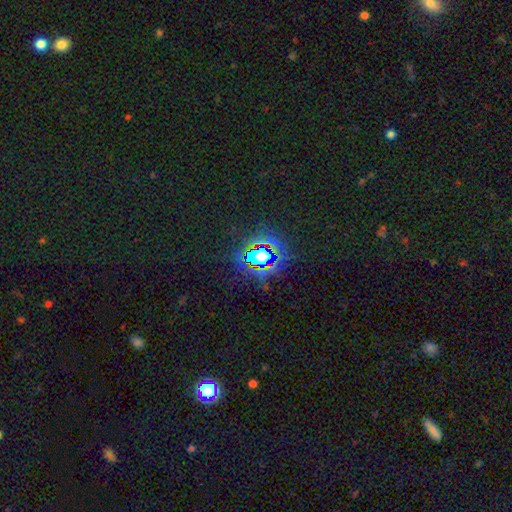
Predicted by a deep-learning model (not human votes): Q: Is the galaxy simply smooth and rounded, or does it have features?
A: star or artifact — 78%.